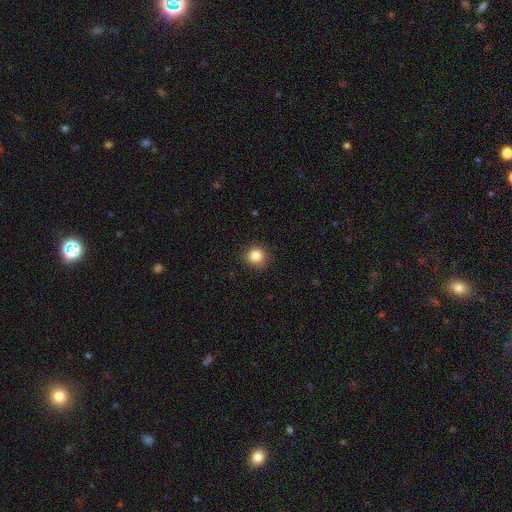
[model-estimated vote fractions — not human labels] This appears to be a smooth galaxy with no disk features (85%) that is round (92%). Merging: none (86%).